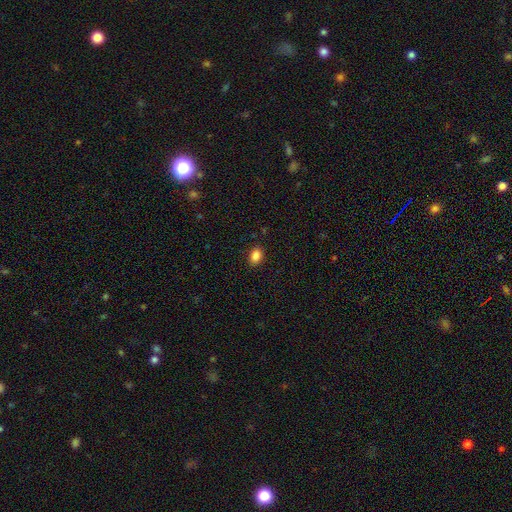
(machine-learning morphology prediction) The model was most divided on "how rounded": in between: 81%, round: 17%, cigar-shaped: 1%. More confident: merging — none (88%); smooth or featured — smooth (86%).